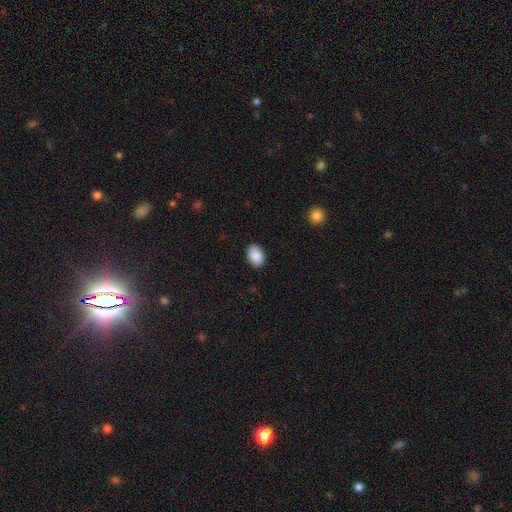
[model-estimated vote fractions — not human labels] Q: Smooth or featured?
A: smooth (90%); runner-up: star or artifact (7%)
Q: How rounded?
A: in between (89%); runner-up: round (10%)
Q: Merging?
A: none (88%); runner-up: minor disturbance (9%)